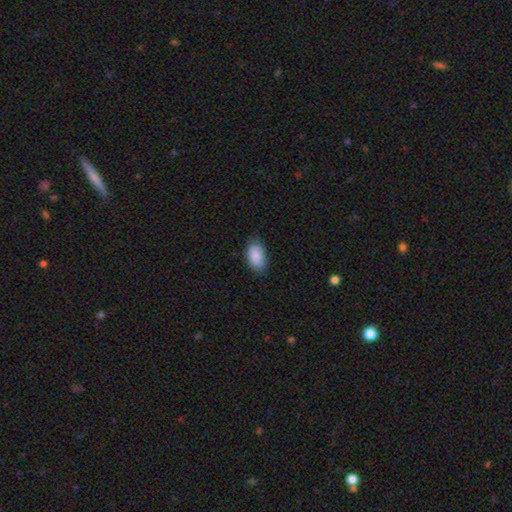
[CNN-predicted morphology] smooth-or-featured: smooth: 89% | star or artifact: 7% | featured or disk: 4%
  how-rounded: in between: 93% | round: 5% | cigar-shaped: 2%
  merging: none: 80% | minor disturbance: 16% | major disturbance: 3% | merger: 1%